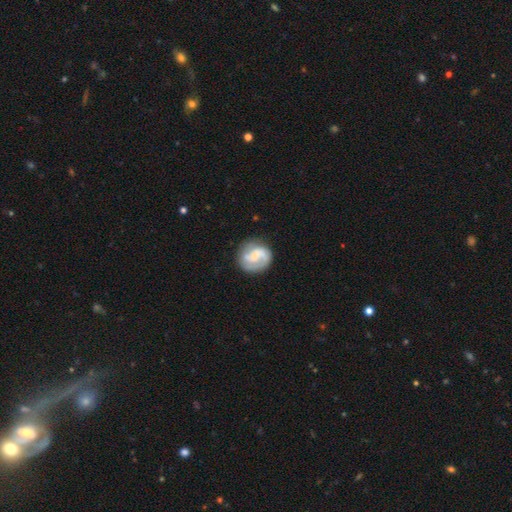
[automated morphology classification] A featured or disk galaxy (66%) with a weak bar (44%), 2 (63%) medium (43%) spiral arms (90%) and no central bulge (38%).

Vote fractions:
- Smooth or featured? featured or disk: 66% / smooth: 27% / star or artifact: 6%
- Edge-on disk? no: 98% / yes: 2%
- Bar? weak: 44% / no: 38% / strong: 18%
- Spiral arms? yes: 90% / no: 10%
- Spiral winding? medium: 43% / tight: 31% / loose: 26%
- Spiral arm count? 2: 63% / 1: 16% / can't tell: 12% / 3: 6% / 4: 2% / more than 4: 2%
- Bulge size? none: 38% / small: 35% / moderate: 20% / large: 6% / dominant: 2%
- Merging? none: 70% / minor disturbance: 18% / major disturbance: 10% / merger: 2%